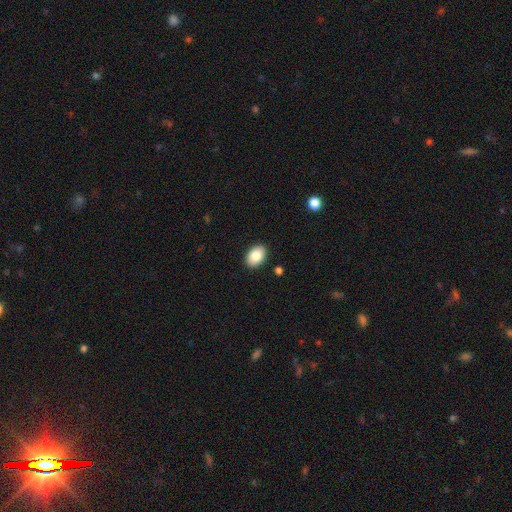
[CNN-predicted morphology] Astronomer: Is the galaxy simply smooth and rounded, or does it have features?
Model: smooth — 84%.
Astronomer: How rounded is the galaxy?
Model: in between — 83%.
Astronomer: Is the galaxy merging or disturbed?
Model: none — 90%.